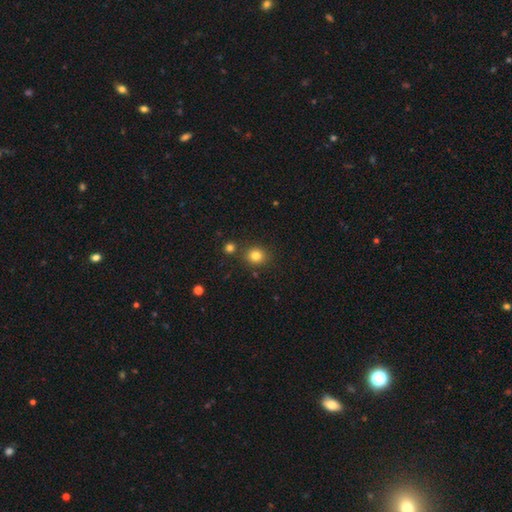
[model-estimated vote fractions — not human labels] Smooth or featured? smooth (81%)
How rounded? round (80%)
Merging? none (82%)